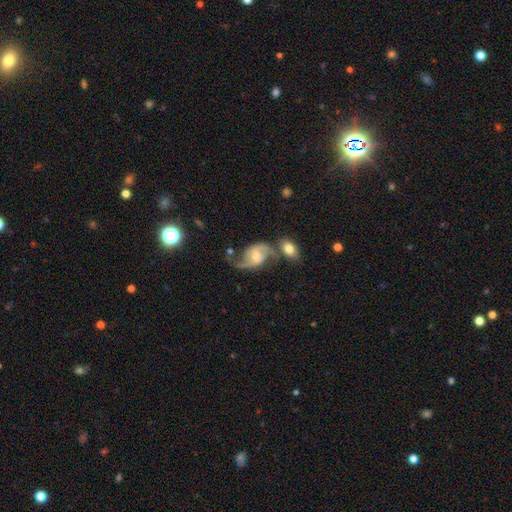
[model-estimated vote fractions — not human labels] Smooth or featured? Predicted: featured or disk (p=0.82). Edge-on disk? Predicted: no (p=0.97). Bar? Predicted: no (p=0.50). Spiral arms? Predicted: yes (p=0.94). Spiral winding? Predicted: loose (p=0.52). Spiral arm count? Predicted: 2 (p=0.87). Bulge size? Predicted: moderate (p=0.60). Merging? Predicted: none (p=0.44).